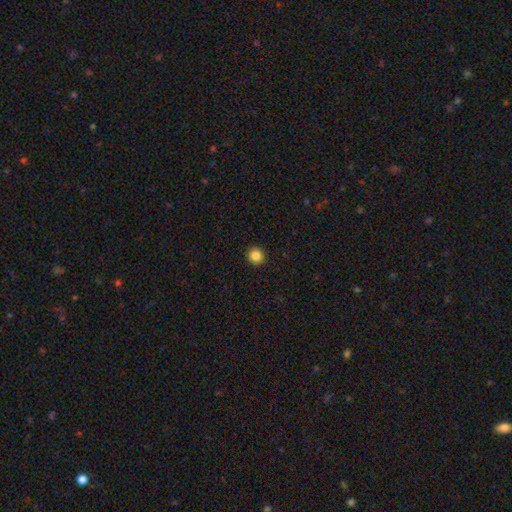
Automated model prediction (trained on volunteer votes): smooth-or-featured: smooth: 85% | star or artifact: 11% | featured or disk: 4%
  how-rounded: round: 92% | in between: 7% | cigar-shaped: 1%
  merging: none: 93% | minor disturbance: 4% | major disturbance: 1% | merger: 1%